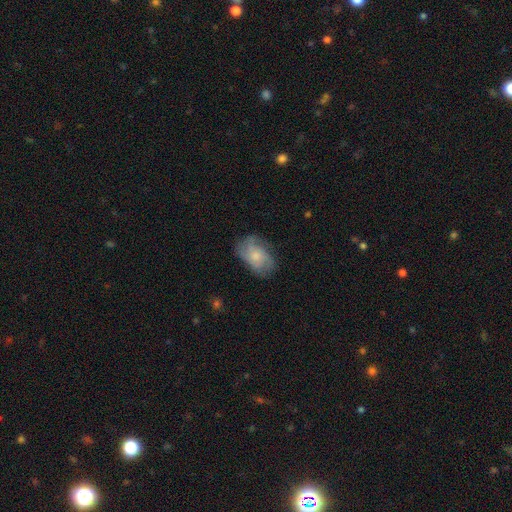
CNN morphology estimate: type=smooth (47%); merging=none (65%).